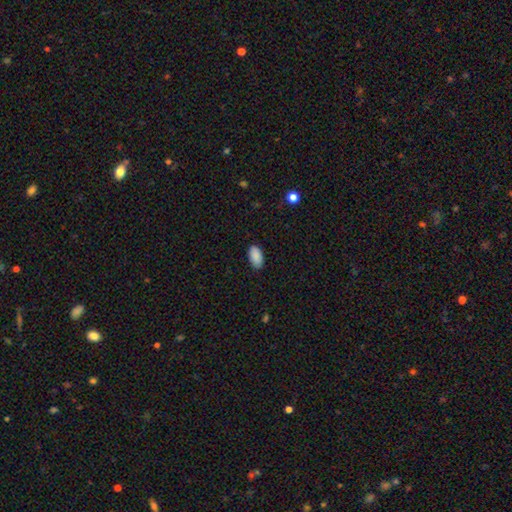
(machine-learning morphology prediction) type=smooth (89%); roundness=in between (95%); merging=none (87%).